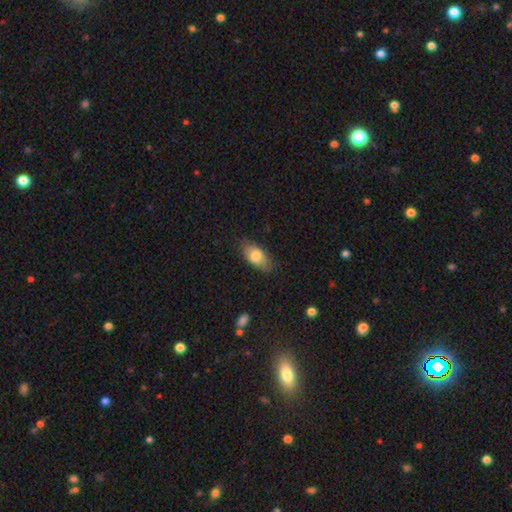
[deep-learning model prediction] The model was most divided on "merging": none: 78%, minor disturbance: 17%, major disturbance: 3%, merger: 1%. More confident: how rounded — in between (89%); smooth or featured — smooth (78%).